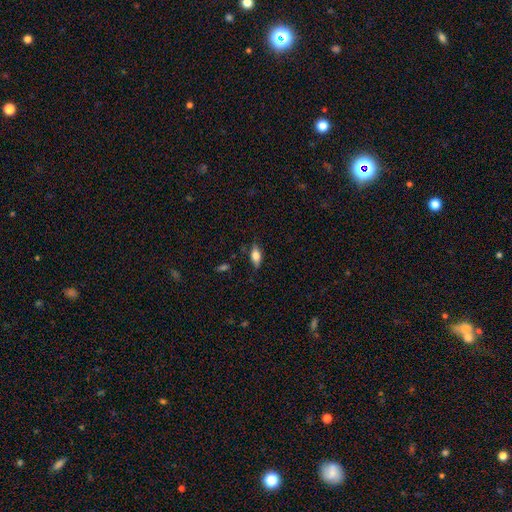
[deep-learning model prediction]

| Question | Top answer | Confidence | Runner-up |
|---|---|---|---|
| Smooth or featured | smooth | 60% | featured or disk (32%) |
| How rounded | in between | 78% | cigar-shaped (17%) |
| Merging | none | 79% | minor disturbance (16%) |